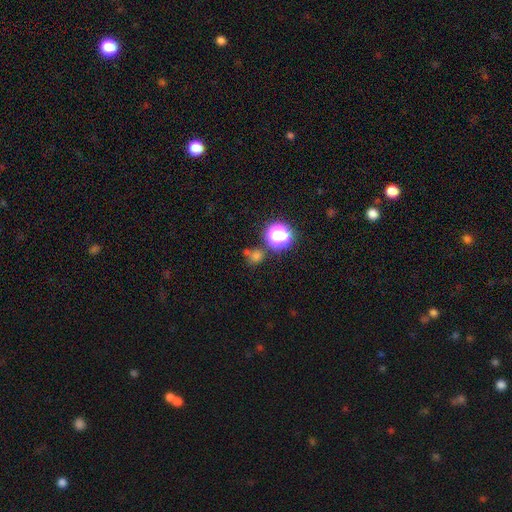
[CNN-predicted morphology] Smooth or featured: smooth — 59% (star or artifact — 33%)
How rounded: round — 86% (in between — 13%)
Merging: none — 67% (merger — 17%)